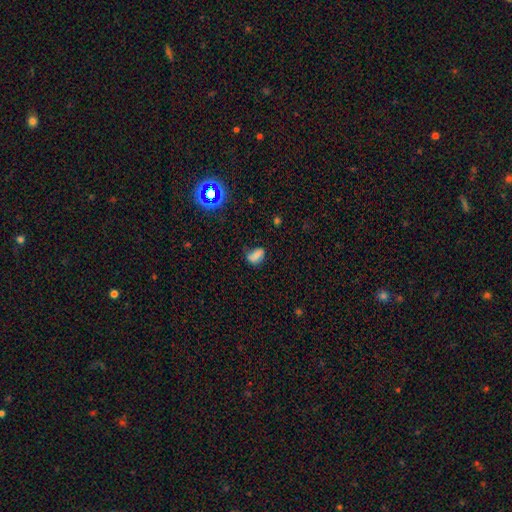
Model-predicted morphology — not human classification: A smooth galaxy with no disk features (72%) that is in between round and cigar-shaped (81%).

Vote fractions:
- Smooth or featured? smooth: 72% / star or artifact: 14% / featured or disk: 14%
- How rounded? in between: 81% / round: 15% / cigar-shaped: 4%
- Merging? none: 55% / minor disturbance: 30% / major disturbance: 11% / merger: 5%